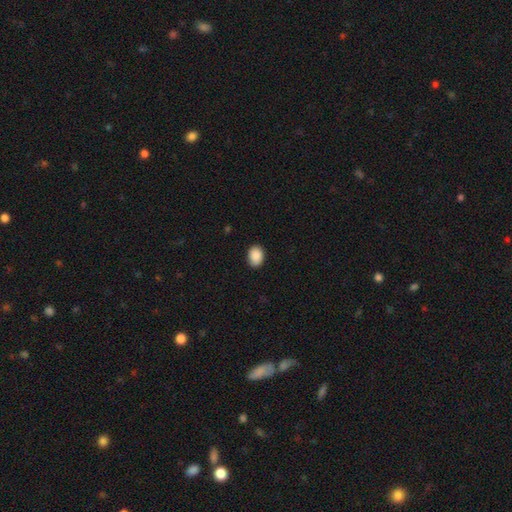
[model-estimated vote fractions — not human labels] Q: Smooth or featured?
A: smooth (90%); runner-up: star or artifact (7%)
Q: How rounded?
A: in between (71%); runner-up: round (29%)
Q: Merging?
A: none (88%); runner-up: minor disturbance (9%)